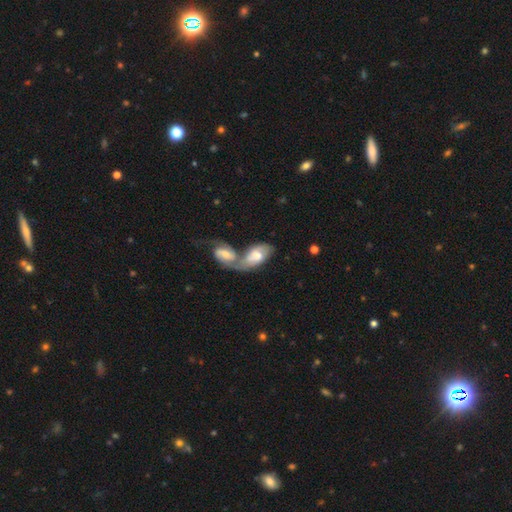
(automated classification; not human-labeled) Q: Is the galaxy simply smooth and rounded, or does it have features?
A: smooth — 48%.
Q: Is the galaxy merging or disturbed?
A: merger — 77%.